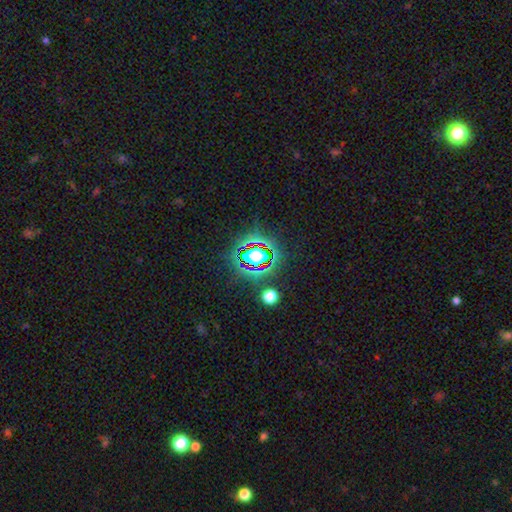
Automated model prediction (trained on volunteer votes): smooth_or_featured: star or artifact (p=0.65) [alt: smooth p=0.22]